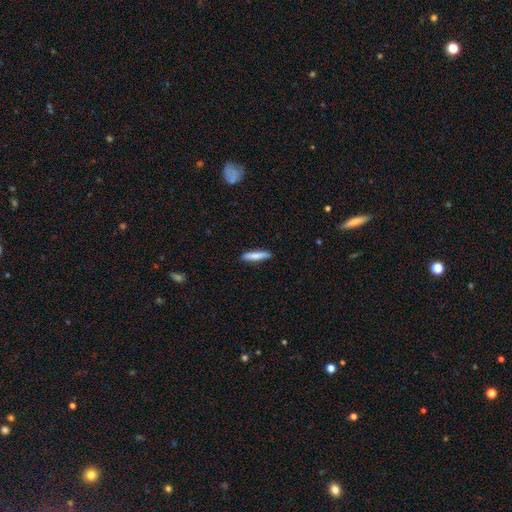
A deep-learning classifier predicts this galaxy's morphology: A smooth galaxy with no disk features (79%) that is cigar-shaped (87%). Merging: none (90%).